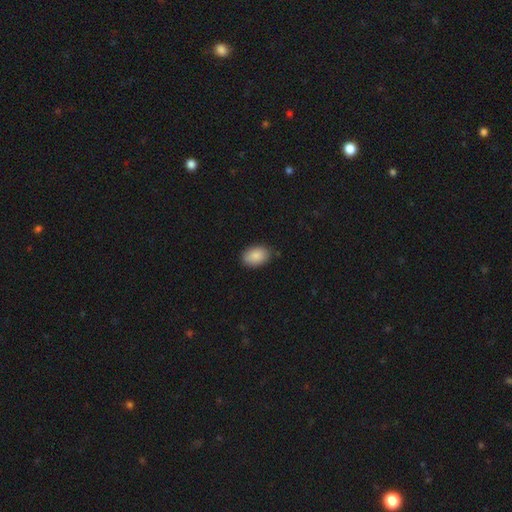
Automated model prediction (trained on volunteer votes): Smooth or featured: smooth — 88% (star or artifact — 7%)
How rounded: in between — 87% (round — 12%)
Merging: none — 84% (minor disturbance — 12%)